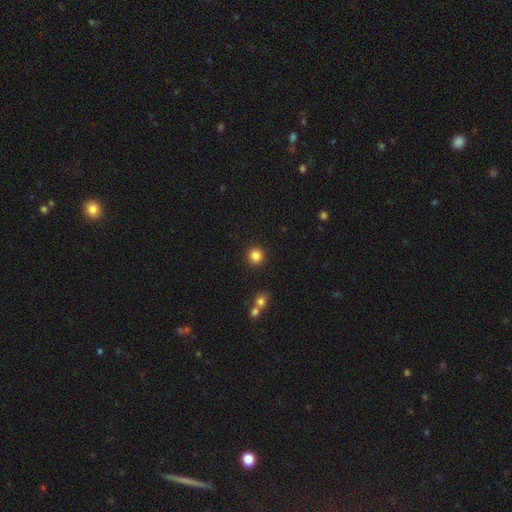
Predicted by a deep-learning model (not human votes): A smooth galaxy with no disk features (85%) that is round (92%). Merging: none (91%).